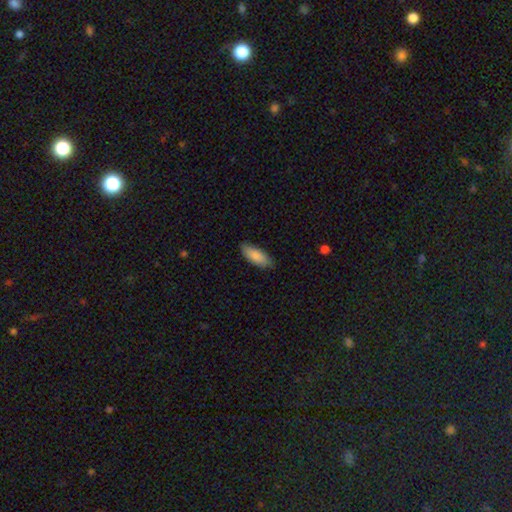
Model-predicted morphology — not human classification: A smooth galaxy with no disk features (87%) that is in between round and cigar-shaped (80%).

Vote fractions:
- Smooth or featured? smooth: 87% / featured or disk: 8% / star or artifact: 5%
- How rounded? in between: 80% / cigar-shaped: 19% / round: 2%
- Merging? none: 83% / minor disturbance: 14% / major disturbance: 2% / merger: 1%